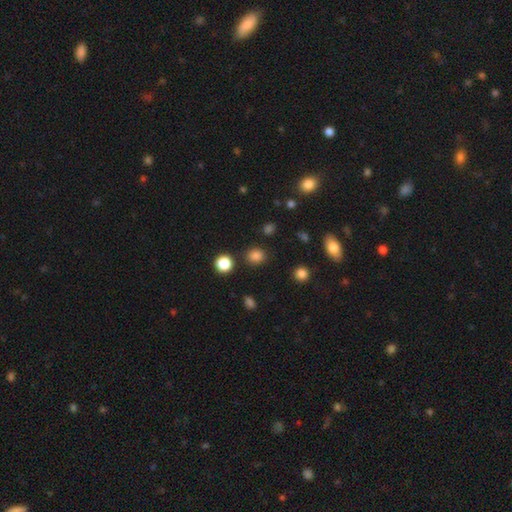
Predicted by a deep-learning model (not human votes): smooth_or_featured: smooth (p=0.82) [alt: star or artifact p=0.14]
how_rounded: round (p=0.80) [alt: in between p=0.19]
merging: none (p=0.87) [alt: minor disturbance p=0.07]